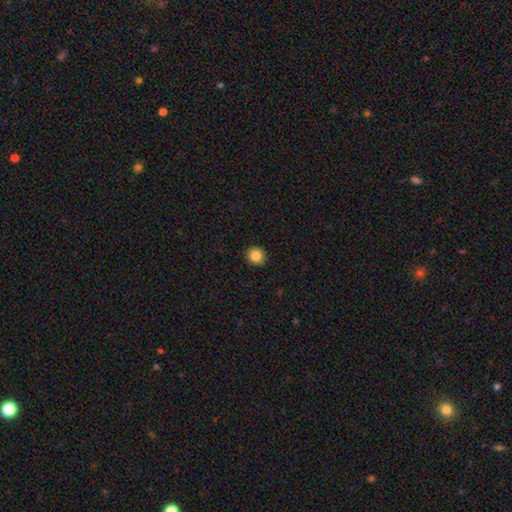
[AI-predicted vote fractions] Smooth or featured: smooth — 85% (star or artifact — 10%)
How rounded: round — 85% (in between — 14%)
Merging: none — 92% (minor disturbance — 5%)